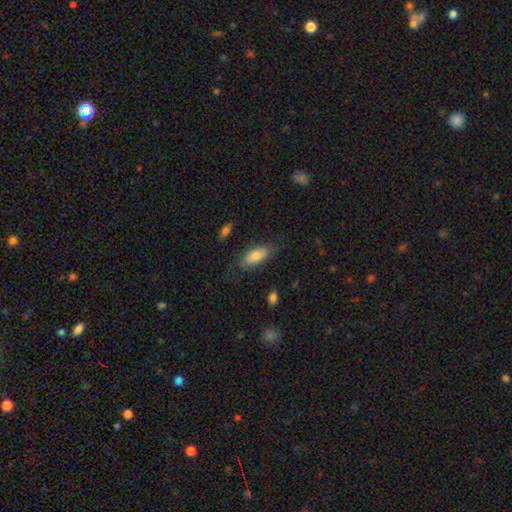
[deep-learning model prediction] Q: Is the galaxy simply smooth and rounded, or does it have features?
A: smooth — 75%.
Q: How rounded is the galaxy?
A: in between — 81%.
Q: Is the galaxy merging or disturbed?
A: none — 69%.